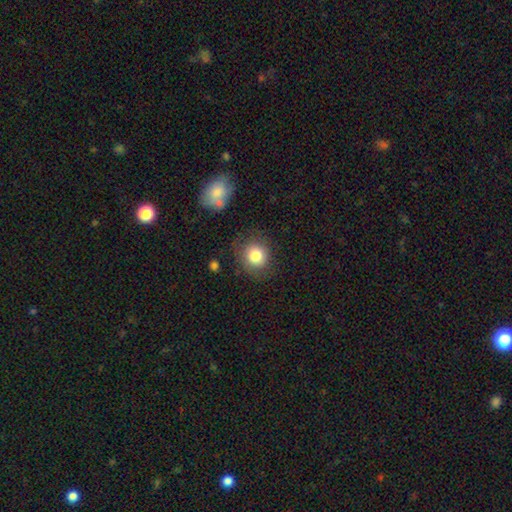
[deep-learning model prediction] Smooth or featured: smooth — 81% (star or artifact — 10%)
How rounded: round — 82% (in between — 17%)
Merging: none — 78% (minor disturbance — 15%)